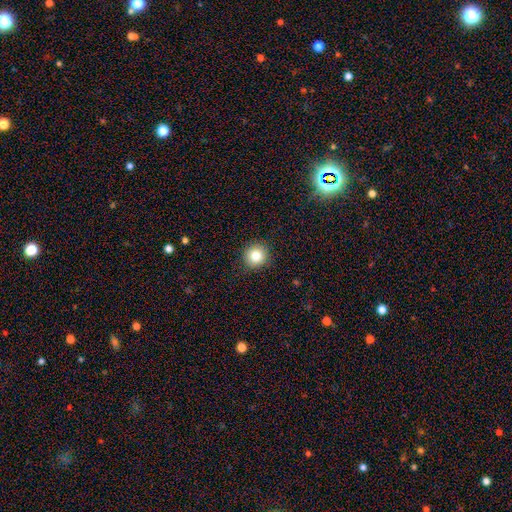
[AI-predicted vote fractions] Overall: smooth (82%). How rounded: round (94%). Merging: none (91%).